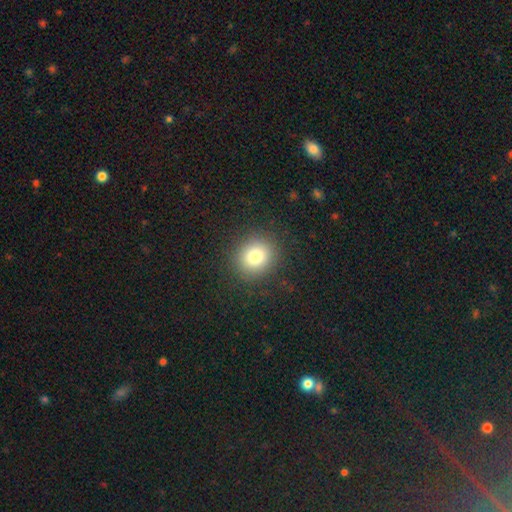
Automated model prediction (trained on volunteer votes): This appears to be a smooth galaxy with no disk features (81%) that is round (79%). Merging: none (90%).